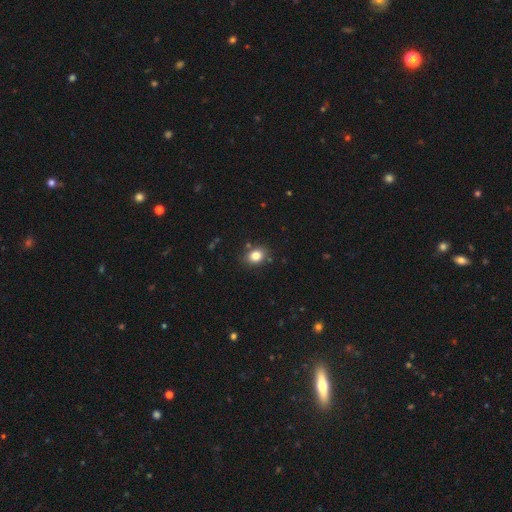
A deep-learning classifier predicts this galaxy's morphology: A smooth galaxy with no disk features (82%) that is in between round and cigar-shaped (54%).

Vote fractions:
- Smooth or featured? smooth: 82% / star or artifact: 11% / featured or disk: 7%
- How rounded? in between: 54% / round: 45% / cigar-shaped: 1%
- Merging? none: 82% / minor disturbance: 12% / merger: 4% / major disturbance: 3%